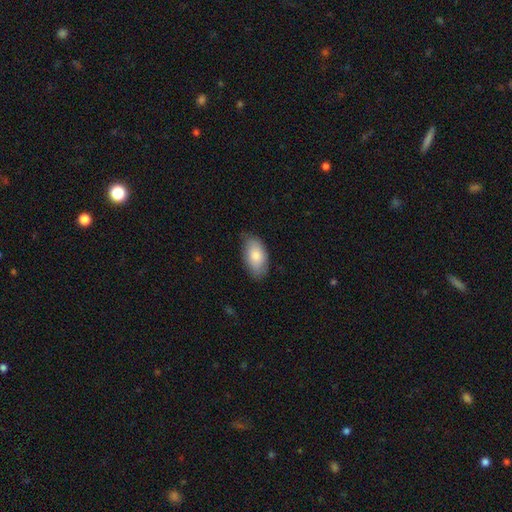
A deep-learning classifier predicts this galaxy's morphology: type=smooth (81%); roundness=in between (94%); merging=none (77%).